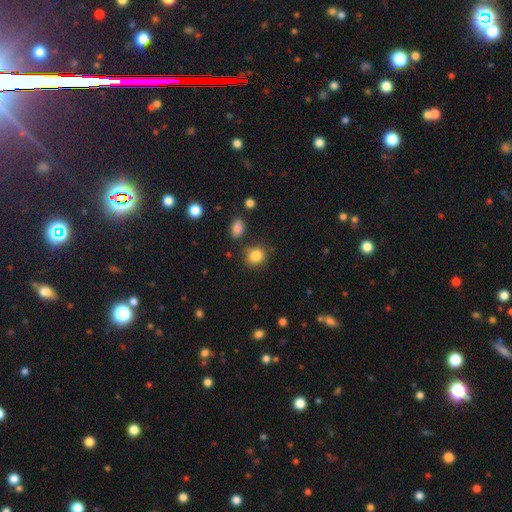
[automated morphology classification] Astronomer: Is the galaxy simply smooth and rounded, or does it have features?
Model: smooth — 84%.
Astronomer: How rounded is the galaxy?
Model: round — 71%.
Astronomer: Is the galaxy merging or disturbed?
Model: none — 79%.